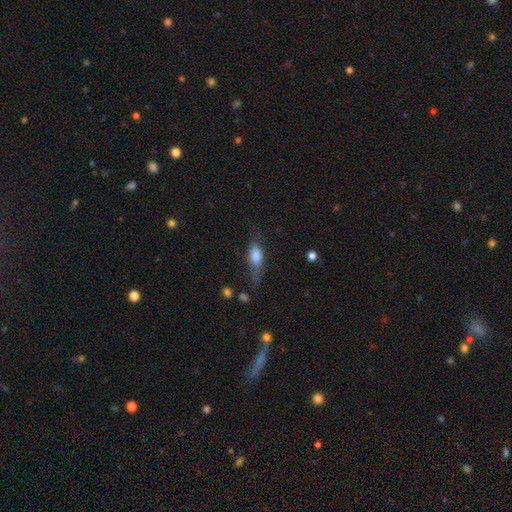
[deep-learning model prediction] Q: Smooth or featured?
A: smooth (68%); runner-up: featured or disk (24%)
Q: How rounded?
A: in between (68%); runner-up: cigar-shaped (27%)
Q: Merging?
A: none (53%); runner-up: minor disturbance (28%)